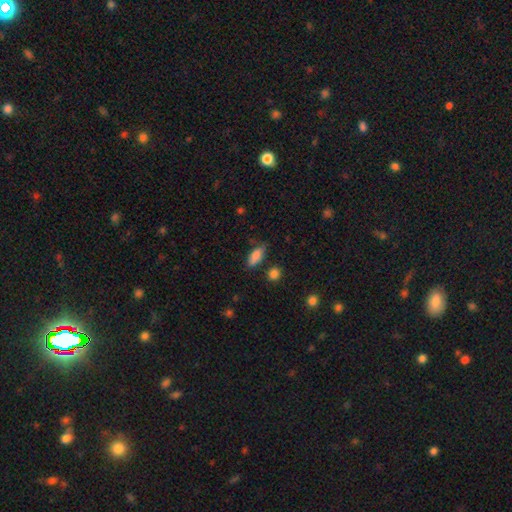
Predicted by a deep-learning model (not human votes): smooth 85%, featured or disk 8%, star or artifact 8%. Down the decision tree: how rounded — in between (81%); merging — none (69%).